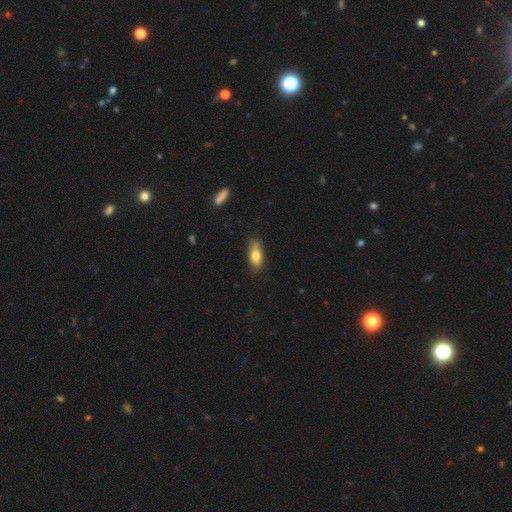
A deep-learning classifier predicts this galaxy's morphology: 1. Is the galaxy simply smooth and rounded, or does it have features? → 77% smooth, 16% featured or disk, 7% star or artifact.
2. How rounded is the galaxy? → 76% in between, 20% cigar-shaped, 4% round.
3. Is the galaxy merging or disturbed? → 75% none, 20% minor disturbance, 3% major disturbance, 2% merger.